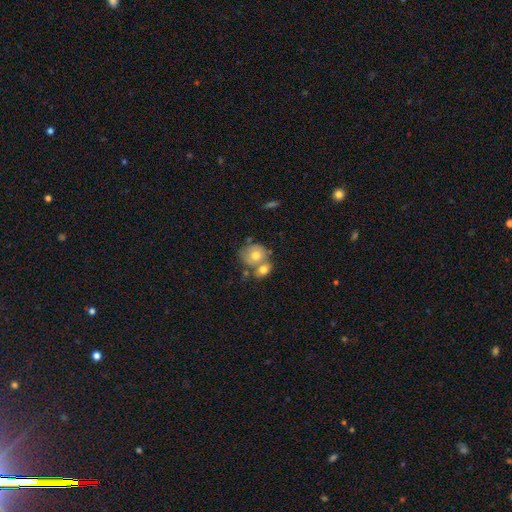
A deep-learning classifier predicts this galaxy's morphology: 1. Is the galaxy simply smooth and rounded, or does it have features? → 68% smooth, 24% featured or disk, 8% star or artifact.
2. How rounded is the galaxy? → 75% round, 24% in between, 1% cigar-shaped.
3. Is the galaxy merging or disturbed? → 50% merger, 36% none, 10% minor disturbance, 4% major disturbance.